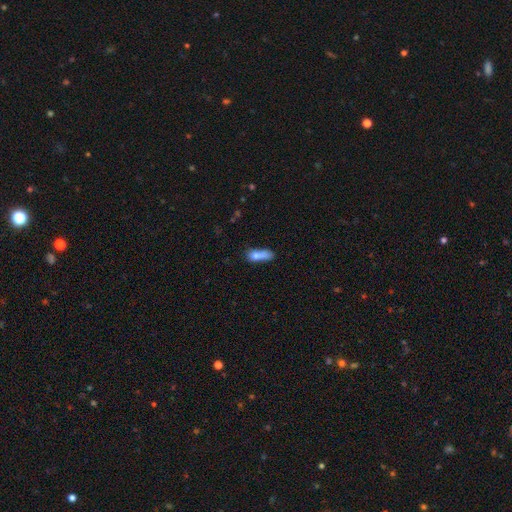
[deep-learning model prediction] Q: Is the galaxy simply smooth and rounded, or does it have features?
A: smooth — 71%.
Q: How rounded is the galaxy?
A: in between — 53%.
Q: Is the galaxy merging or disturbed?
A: none — 34%.